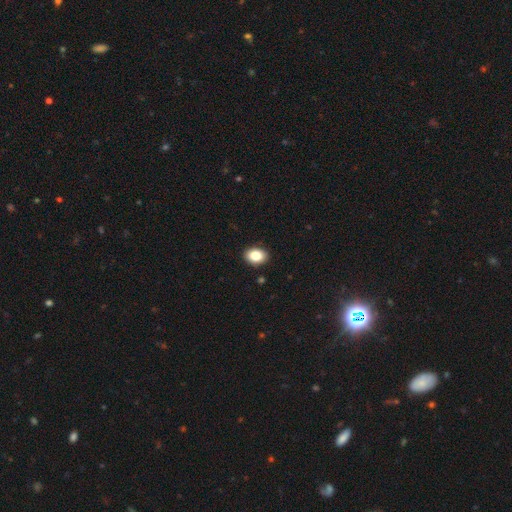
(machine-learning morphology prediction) Overall: smooth (85%). How rounded: in between (73%). Merging: none (90%).